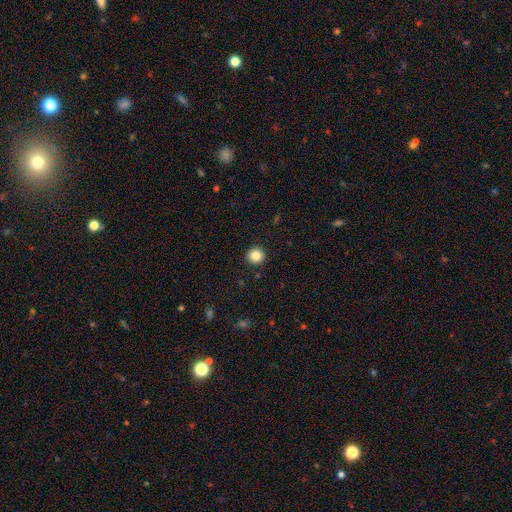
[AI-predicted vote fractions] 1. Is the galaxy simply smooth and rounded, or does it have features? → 85% smooth, 10% star or artifact, 5% featured or disk.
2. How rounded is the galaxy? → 95% round, 4% in between, 1% cigar-shaped.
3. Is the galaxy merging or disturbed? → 93% none, 4% minor disturbance, 2% major disturbance, 1% merger.